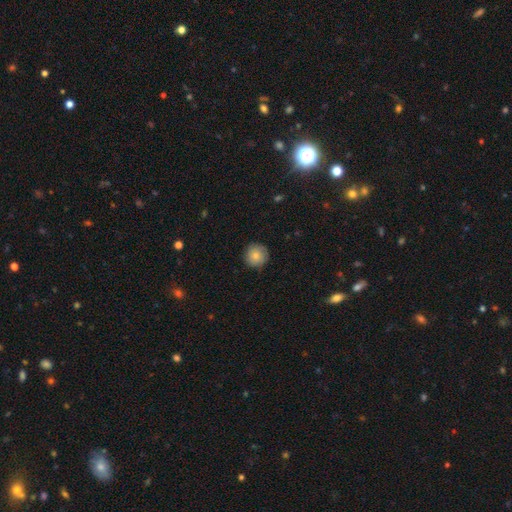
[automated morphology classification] Q: Smooth or featured?
A: smooth (79%); runner-up: featured or disk (13%)
Q: How rounded?
A: round (95%); runner-up: in between (4%)
Q: Merging?
A: none (86%); runner-up: minor disturbance (11%)